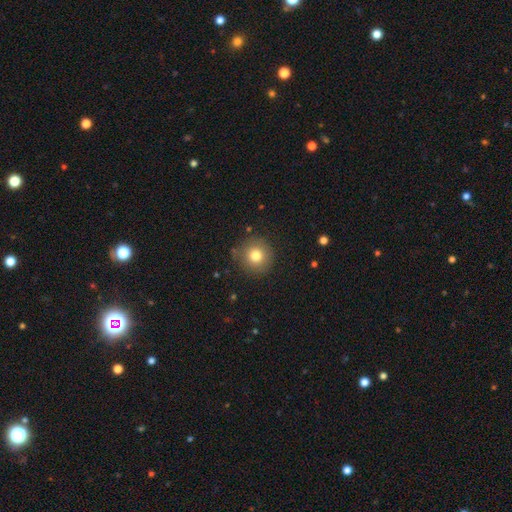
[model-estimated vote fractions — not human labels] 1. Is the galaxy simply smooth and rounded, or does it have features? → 79% smooth, 11% star or artifact, 10% featured or disk.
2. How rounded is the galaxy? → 94% round, 5% in between, 1% cigar-shaped.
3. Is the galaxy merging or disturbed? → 87% none, 9% minor disturbance, 3% major disturbance, 2% merger.